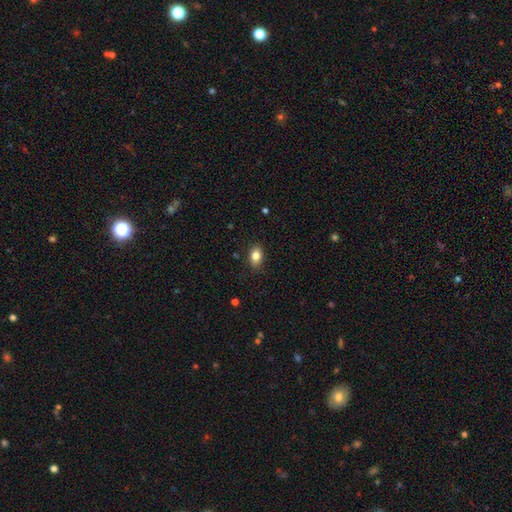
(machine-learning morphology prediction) A smooth galaxy with no disk features (83%) that is in between round and cigar-shaped (80%). Merging: none (85%).